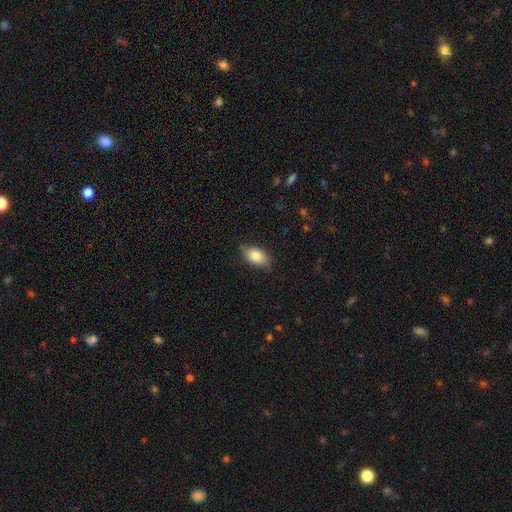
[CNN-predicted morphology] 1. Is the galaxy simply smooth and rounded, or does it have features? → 82% smooth, 11% featured or disk, 7% star or artifact.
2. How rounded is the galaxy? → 91% in between, 7% round, 2% cigar-shaped.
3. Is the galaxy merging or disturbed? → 78% none, 18% minor disturbance, 3% major disturbance, 1% merger.